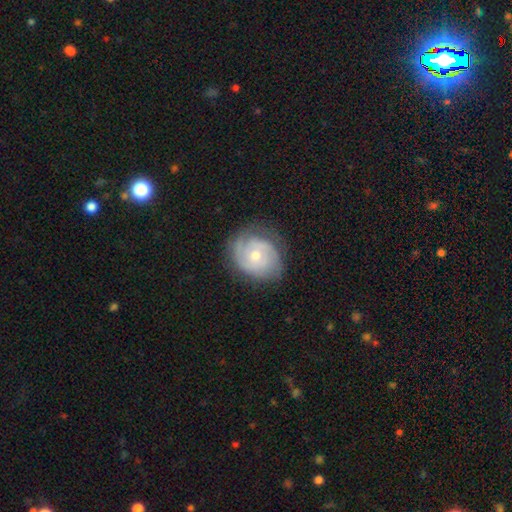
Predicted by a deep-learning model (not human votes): This appears to be a featured or disk galaxy (79%) with no bar (75%), 2 (38%) tight (66%) spiral arms (93%) and a moderate central bulge (57%). Merging: none (75%).